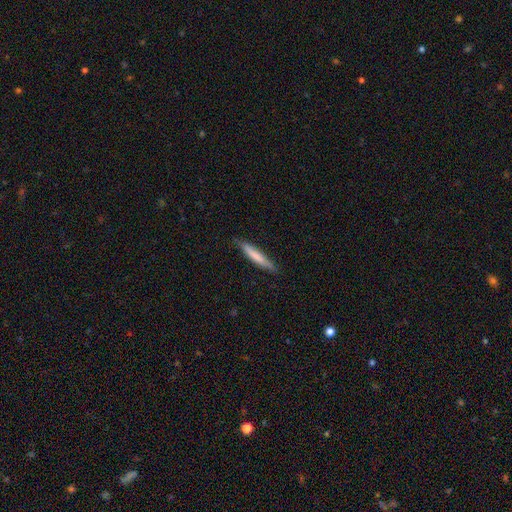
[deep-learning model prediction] This appears to be a smooth galaxy with no disk features (70%) that is cigar-shaped (93%). Merging: none (84%).